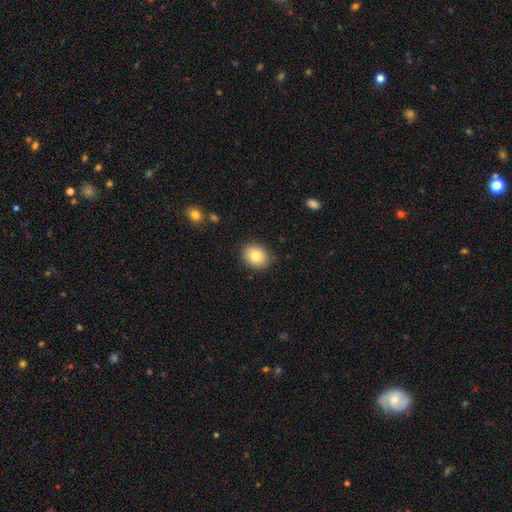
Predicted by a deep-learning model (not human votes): smooth_or_featured: smooth (p=0.81) [alt: featured or disk p=0.10]
how_rounded: round (p=0.56) [alt: in between p=0.43]
merging: none (p=0.86) [alt: minor disturbance p=0.11]